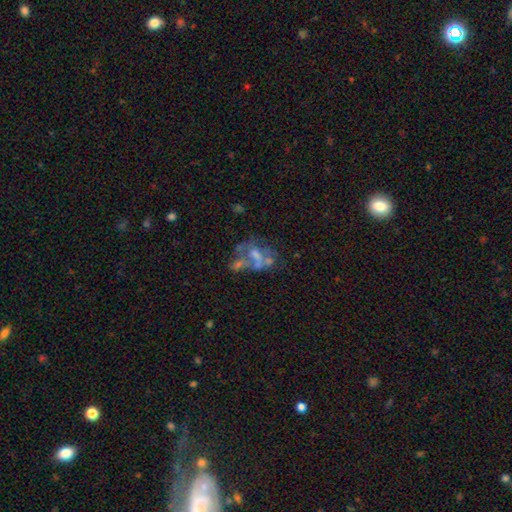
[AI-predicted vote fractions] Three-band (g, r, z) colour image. It shows a featured or disk galaxy (62%) with no bar (83%), no spiral arms (88%) and no central bulge (48%). Merging: none (30%, tied with merger).